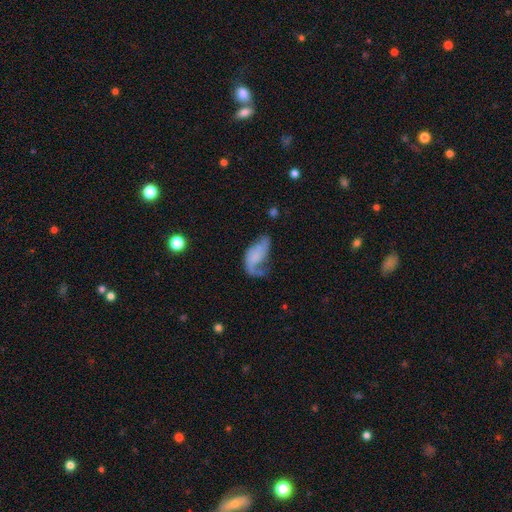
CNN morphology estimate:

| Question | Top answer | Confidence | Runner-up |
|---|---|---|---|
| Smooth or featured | featured or disk | 59% | smooth (32%) |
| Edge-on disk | no | 96% | yes (4%) |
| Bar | no | 69% | weak (24%) |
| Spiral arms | yes | 79% | no (21%) |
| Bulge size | none | 56% | small (29%) |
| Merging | major disturbance | 39% | none (30%) |